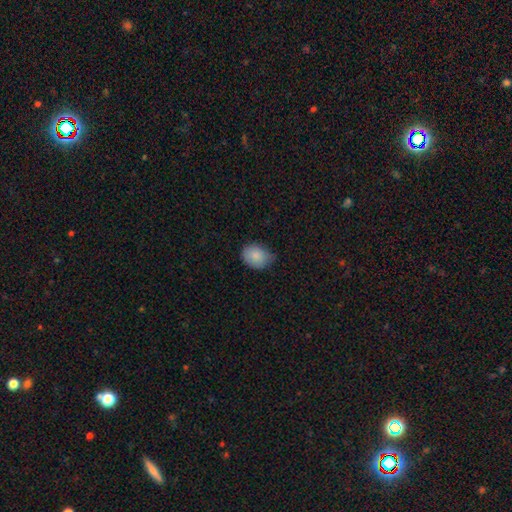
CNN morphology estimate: This appears to be a smooth galaxy with no disk features (86%) that is in between round and cigar-shaped (59%). Merging: none (61%).